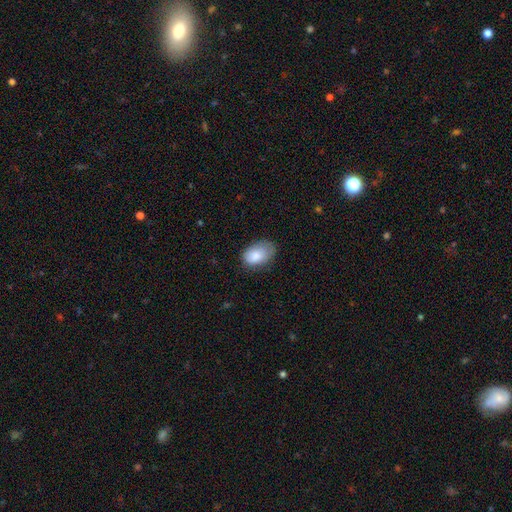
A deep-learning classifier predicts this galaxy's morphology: smooth 84%, featured or disk 9%, star or artifact 7%. Down the decision tree: how rounded — in between (89%); merging — none (62%).